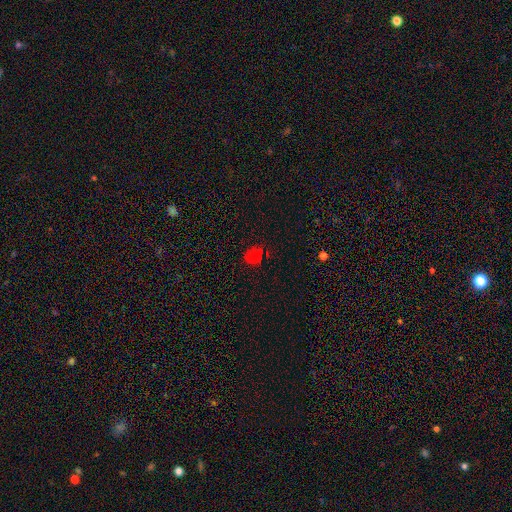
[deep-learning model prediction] Overall: smooth (68%). How rounded: in between (59%; round 39%). Merging: none (76%).